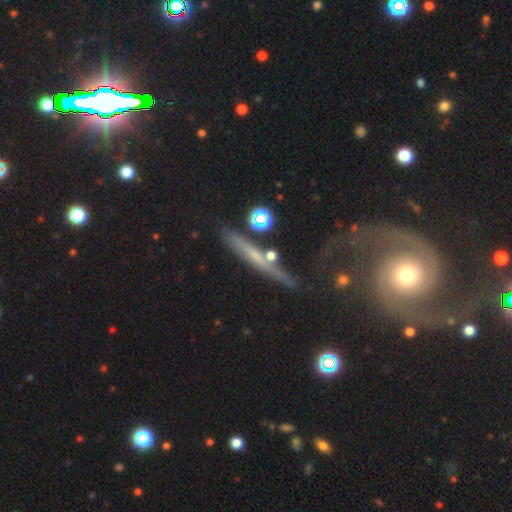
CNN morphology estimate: A featured or disk galaxy (61%) viewed edge-on (84%) with no central bulge (58%). Merging: none (66%).